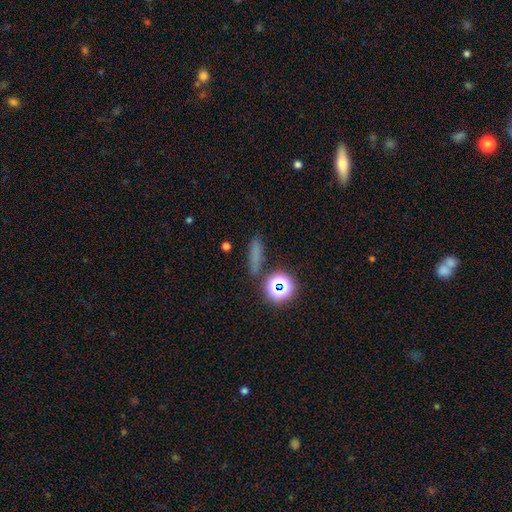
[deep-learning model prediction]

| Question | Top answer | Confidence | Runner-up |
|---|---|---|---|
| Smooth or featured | smooth | 58% | star or artifact (30%) |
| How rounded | cigar-shaped | 63% | in between (23%) |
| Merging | none | 77% | minor disturbance (12%) |